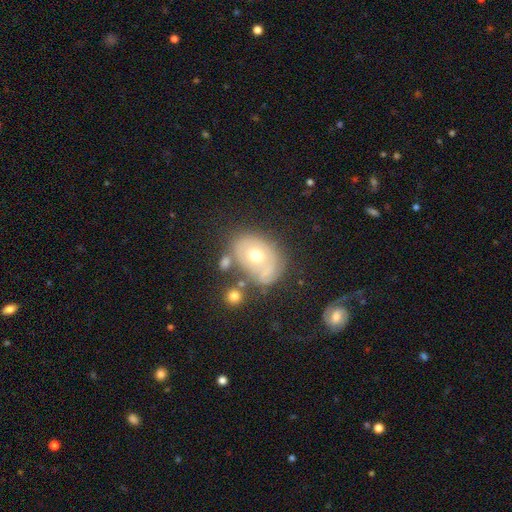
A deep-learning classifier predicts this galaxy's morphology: Smooth or featured?
  - featured or disk: 53% *
  - smooth: 37%
  - star or artifact: 9%
Edge-on disk?
  - no: 94% *
  - yes: 6%
Bar?
  - no: 84% *
  - weak: 13%
  - strong: 3%
Spiral arms?
  - no: 51% *
  - yes: 49%
Bulge size?
  - moderate: 74% *
  - small: 16%
  - large: 7%
  - dominant: 1%
  - none: 1%
Merging?
  - none: 54% *
  - minor disturbance: 22%
  - merger: 13%
  - major disturbance: 11%